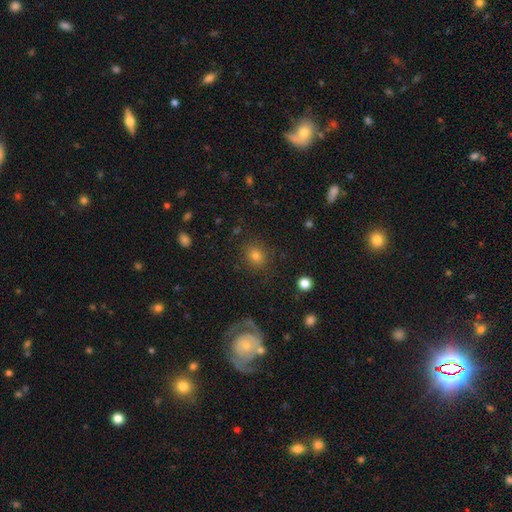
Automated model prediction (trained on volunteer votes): Q: Smooth or featured?
A: smooth (70%); runner-up: star or artifact (15%)
Q: How rounded?
A: round (76%); runner-up: in between (23%)
Q: Merging?
A: none (84%); runner-up: minor disturbance (8%)